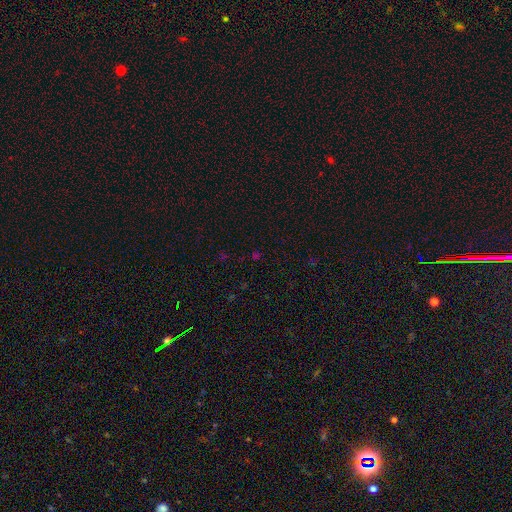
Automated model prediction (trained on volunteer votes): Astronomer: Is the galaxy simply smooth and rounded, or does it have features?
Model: star or artifact — 61%.